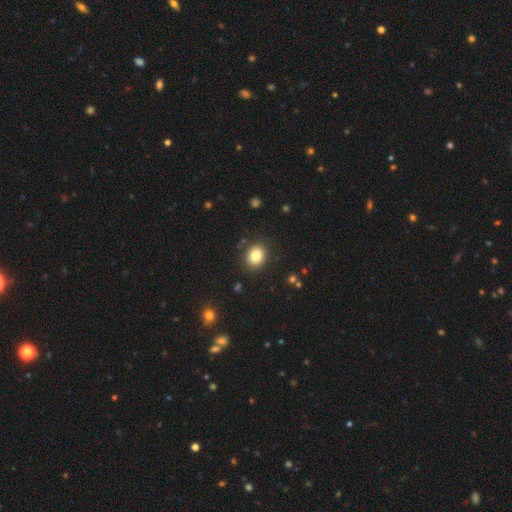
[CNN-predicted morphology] Smooth or featured? smooth (83%)
How rounded? round (54%)
Merging? none (85%)